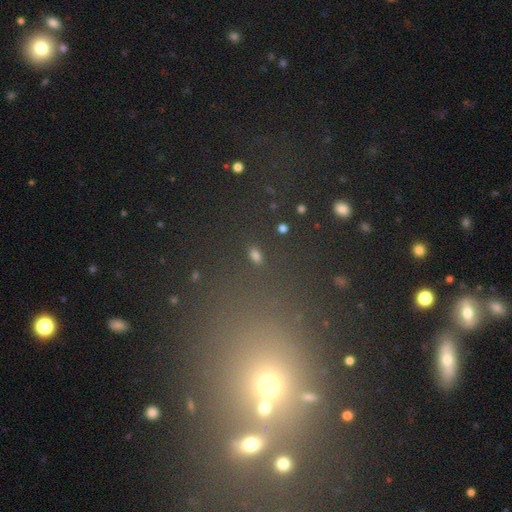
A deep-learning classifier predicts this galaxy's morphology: Q: Smooth or featured?
A: smooth (55%); runner-up: star or artifact (34%)
Q: How rounded?
A: in between (65%); runner-up: round (27%)
Q: Merging?
A: none (81%); runner-up: minor disturbance (9%)